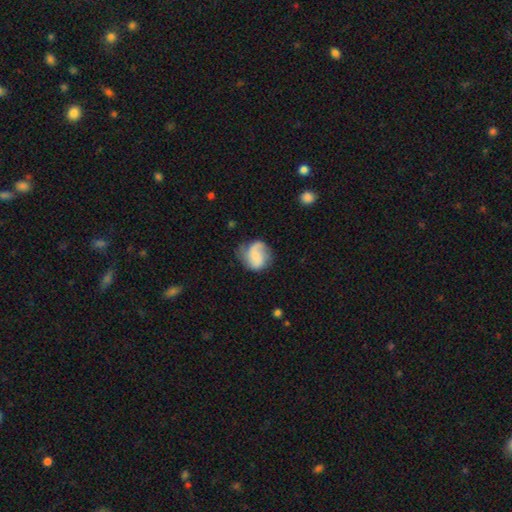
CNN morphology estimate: This appears to be a featured or disk galaxy (54%) with no bar (55%), spiral arms (88%) and a small central bulge (46%). Merging: none (58%).